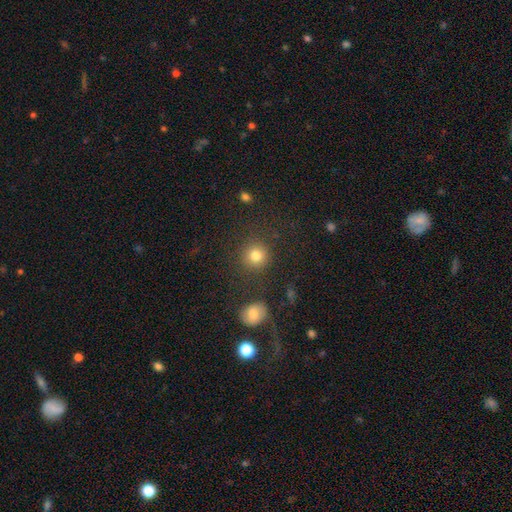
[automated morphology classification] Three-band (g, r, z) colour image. It shows a smooth galaxy with no disk features (81%) that is round (91%). Merging: none (84%).